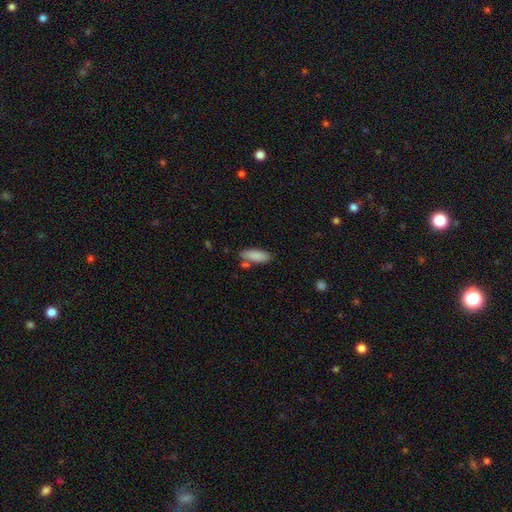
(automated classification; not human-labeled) Smooth or featured? Predicted: smooth (p=0.87). How rounded? Predicted: in between (p=0.67). Merging? Predicted: none (p=0.73).